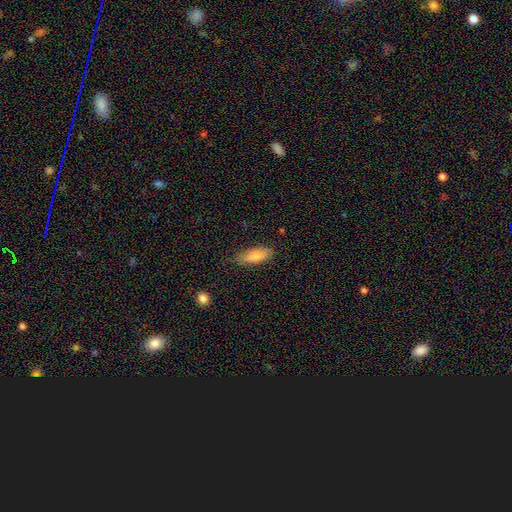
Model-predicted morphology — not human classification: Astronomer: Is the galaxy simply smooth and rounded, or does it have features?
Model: smooth — 79%.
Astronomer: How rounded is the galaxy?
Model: in between — 60% (runner-up: cigar-shaped, 38%).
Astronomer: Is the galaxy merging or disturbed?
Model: none — 79%.